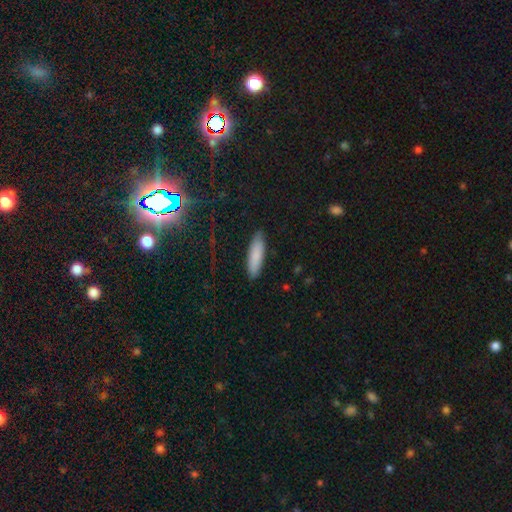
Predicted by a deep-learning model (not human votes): smooth-or-featured: smooth: 84% | featured or disk: 9% | star or artifact: 7%
  how-rounded: cigar-shaped: 64% | in between: 35% | round: 1%
  merging: none: 88% | minor disturbance: 9% | major disturbance: 2% | merger: 1%